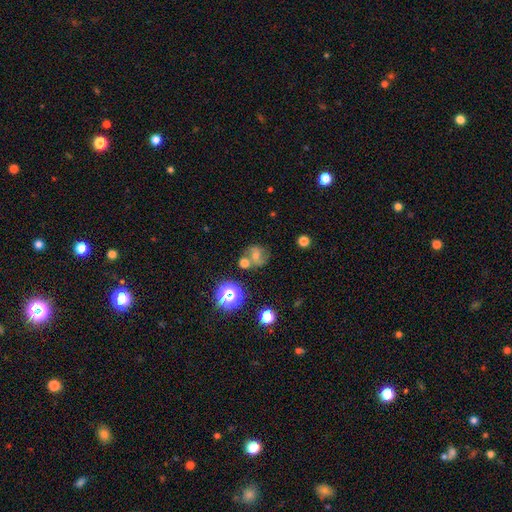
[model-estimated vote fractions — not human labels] Smooth or featured: featured or disk — 43% (smooth — 36%)
Merging: none — 56% (merger — 23%)